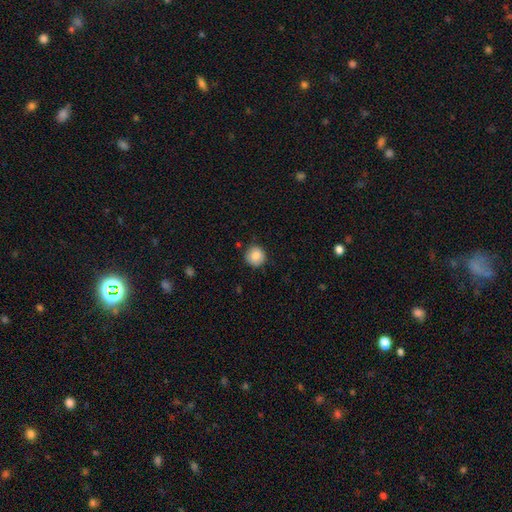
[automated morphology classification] smooth 84%, star or artifact 8%, featured or disk 7%. Down the decision tree: how rounded — round (93%); merging — none (85%).